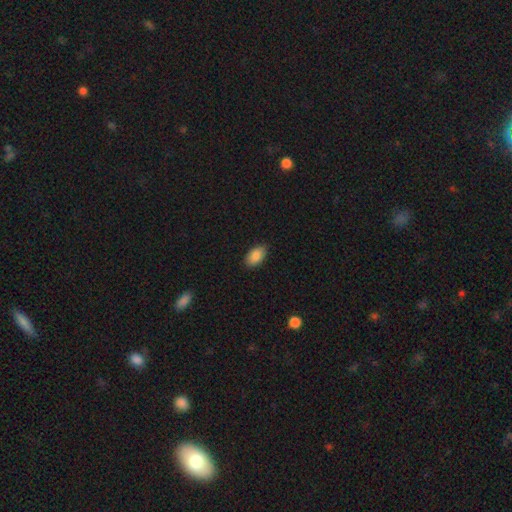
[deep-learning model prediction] Smooth or featured? Predicted: smooth (p=0.88). How rounded? Predicted: in between (p=0.94). Merging? Predicted: none (p=0.87).